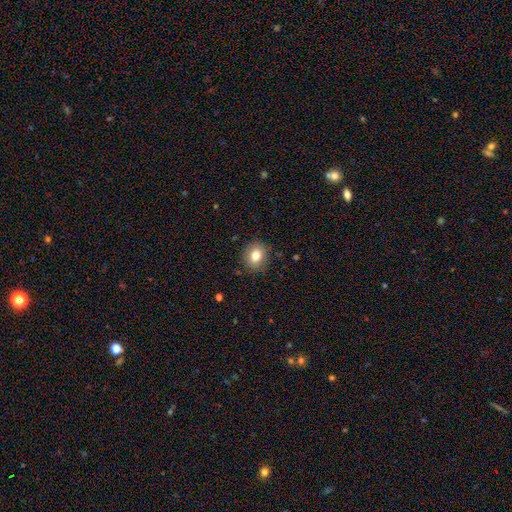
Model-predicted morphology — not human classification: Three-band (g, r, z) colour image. It shows a smooth galaxy with no disk features (80%) that is round (66%). Merging: none (87%).